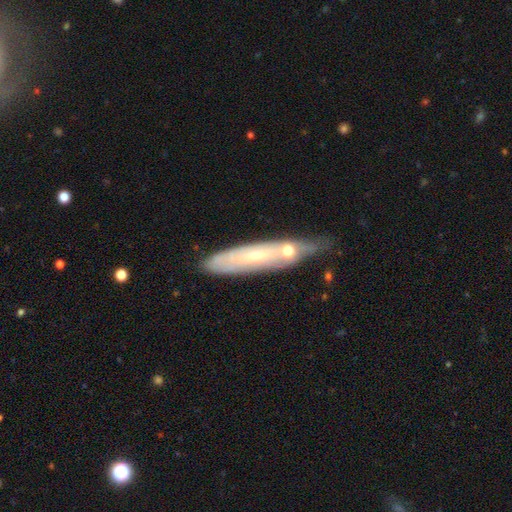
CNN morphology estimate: A featured or disk galaxy (57%). Merging: none (63%).